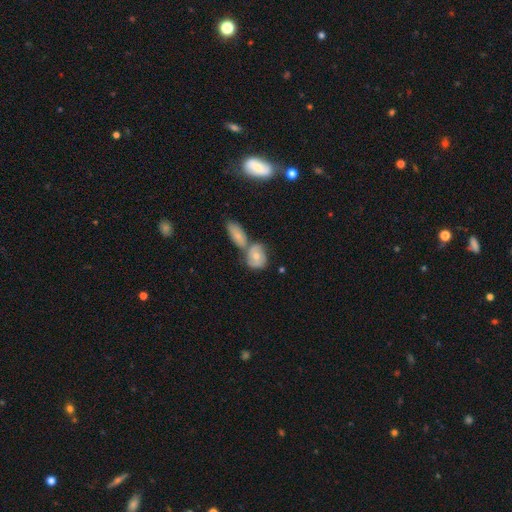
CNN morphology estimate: smooth-or-featured: featured or disk: 49% | smooth: 43% | star or artifact: 8%
  merging: merger: 45% | none: 37% | minor disturbance: 13% | major disturbance: 5%